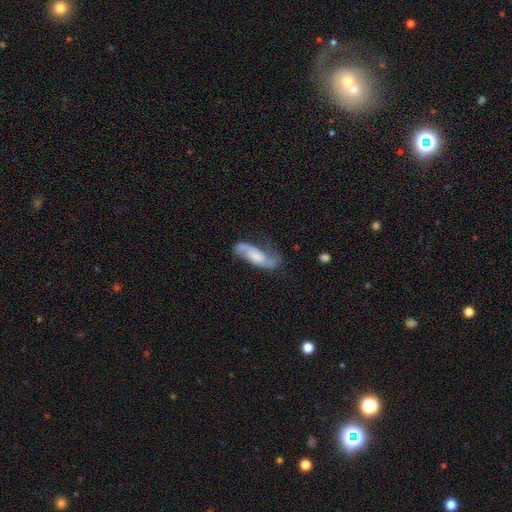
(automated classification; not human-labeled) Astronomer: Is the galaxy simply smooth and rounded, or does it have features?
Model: featured or disk — 62%.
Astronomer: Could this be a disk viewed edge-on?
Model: no — 86%.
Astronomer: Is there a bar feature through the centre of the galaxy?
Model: no — 53% (runner-up: weak, 33%).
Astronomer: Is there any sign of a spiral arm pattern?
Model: yes — 88%.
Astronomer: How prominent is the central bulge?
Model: moderate — 27% (runner-up: none, 26%).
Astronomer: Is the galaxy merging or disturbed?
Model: none — 55%.